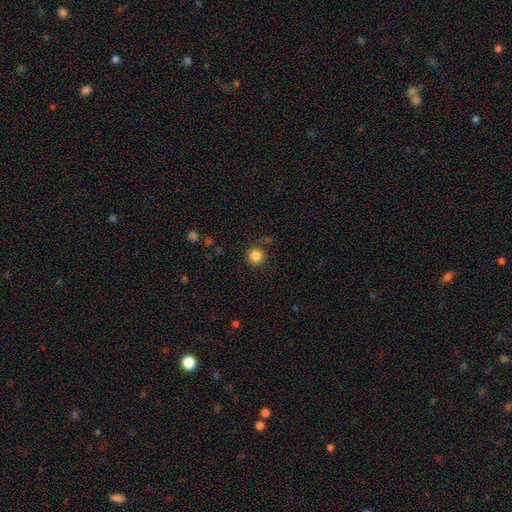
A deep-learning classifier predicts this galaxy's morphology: type=smooth (85%); roundness=round (95%); merging=none (88%).